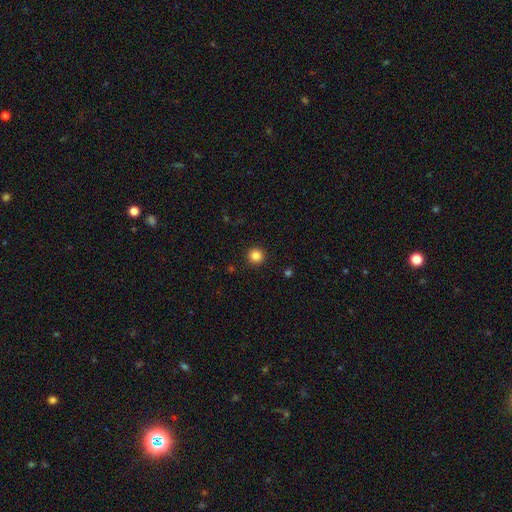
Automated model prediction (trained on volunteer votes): smooth 85%, star or artifact 11%, featured or disk 4%. Down the decision tree: how rounded — round (96%); merging — none (93%).